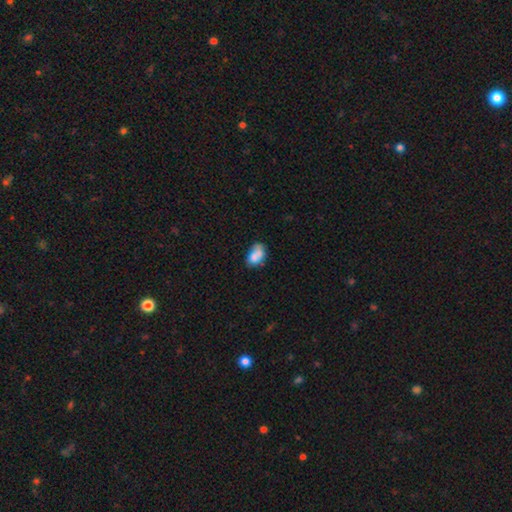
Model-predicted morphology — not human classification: smooth_or_featured: smooth (p=0.70) [alt: featured or disk p=0.21]
how_rounded: in between (p=0.84) [alt: round p=0.14]
merging: none (p=0.36) [alt: merger p=0.28]